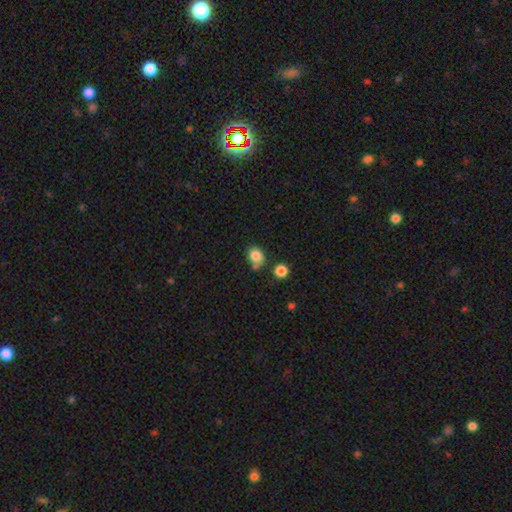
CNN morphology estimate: type=smooth (83%); roundness=round (70%); merging=none (60%).